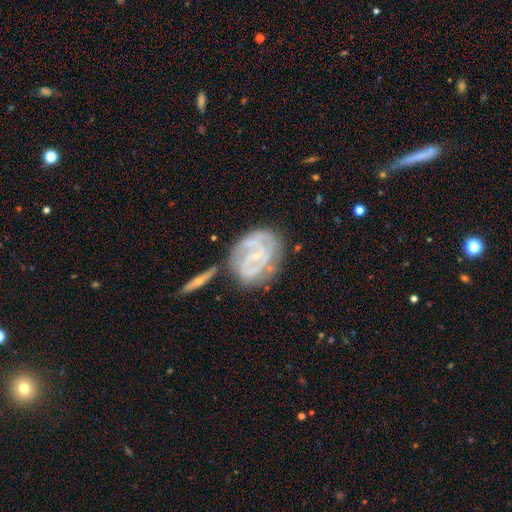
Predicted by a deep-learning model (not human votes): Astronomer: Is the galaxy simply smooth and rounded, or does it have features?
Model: featured or disk — 79%.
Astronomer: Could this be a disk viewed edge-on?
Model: no — 96%.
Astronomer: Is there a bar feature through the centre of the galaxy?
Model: no — 50% (runner-up: weak, 36%).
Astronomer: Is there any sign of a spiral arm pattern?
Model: yes — 83%.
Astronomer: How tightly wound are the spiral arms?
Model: tight — 61%.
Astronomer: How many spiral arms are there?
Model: can't tell — 38% (runner-up: 2, 34%).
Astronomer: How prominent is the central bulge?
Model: small — 80%.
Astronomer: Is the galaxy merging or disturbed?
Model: none — 55%.